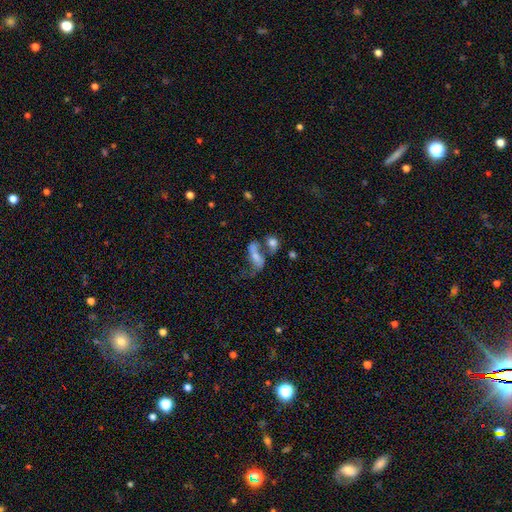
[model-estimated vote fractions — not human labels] Smooth or featured? smooth (46%)
Merging? merger (52%)